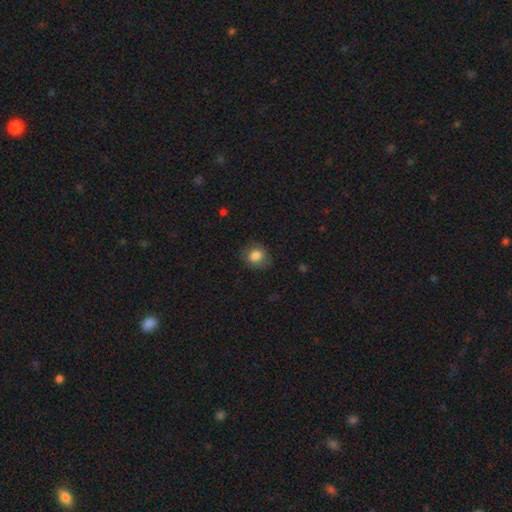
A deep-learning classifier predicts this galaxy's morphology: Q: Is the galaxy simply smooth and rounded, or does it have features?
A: smooth — 82%.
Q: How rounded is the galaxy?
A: round — 65%.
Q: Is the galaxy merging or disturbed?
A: none — 77%.